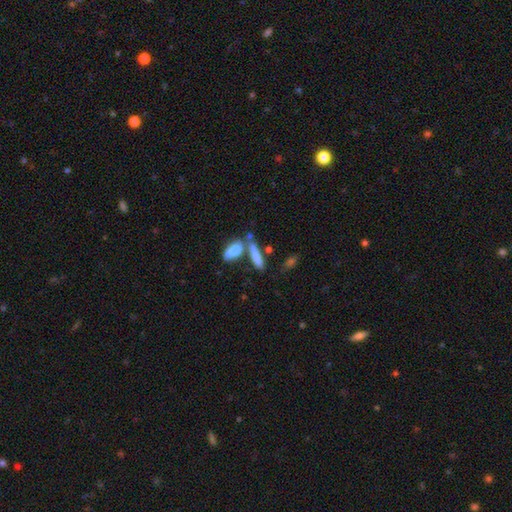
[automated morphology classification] smooth 76%, featured or disk 16%, star or artifact 8%. Down the decision tree: how rounded — cigar-shaped (63%); merging — none (50%).